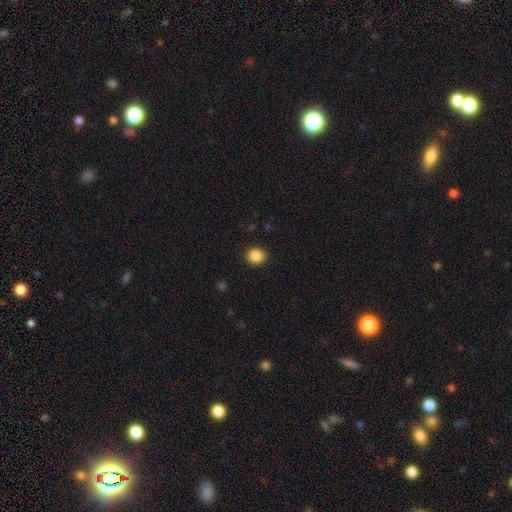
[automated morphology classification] smooth 87%, star or artifact 10%, featured or disk 3%. Down the decision tree: how rounded — round (85%); merging — none (91%).